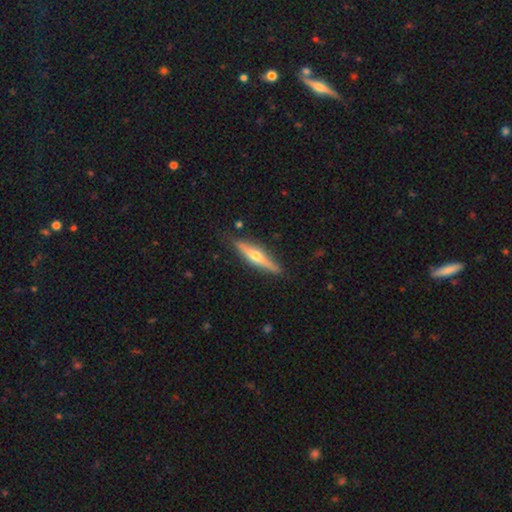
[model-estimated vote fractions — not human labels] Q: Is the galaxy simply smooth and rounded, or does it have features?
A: featured or disk — 66%.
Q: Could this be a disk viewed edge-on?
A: yes — 96%.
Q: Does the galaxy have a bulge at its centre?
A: rounded — 91%.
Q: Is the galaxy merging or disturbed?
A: none — 86%.